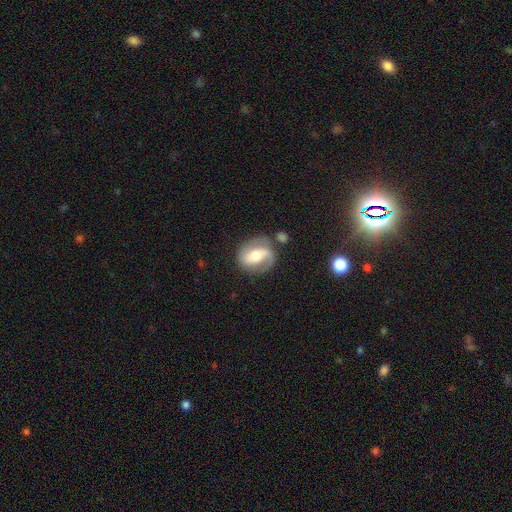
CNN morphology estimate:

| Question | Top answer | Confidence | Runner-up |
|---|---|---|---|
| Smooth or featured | featured or disk | 76% | smooth (18%) |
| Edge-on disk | no | 97% | yes (3%) |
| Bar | weak | 37% | strong (32%) |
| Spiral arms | yes | 90% | no (10%) |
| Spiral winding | medium | 47% | tight (31%) |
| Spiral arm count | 2 | 80% | 1 (11%) |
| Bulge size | moderate | 66% | small (19%) |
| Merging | none | 66% | minor disturbance (18%) |